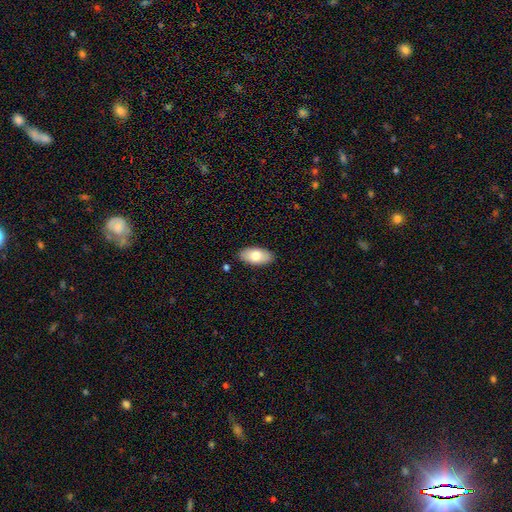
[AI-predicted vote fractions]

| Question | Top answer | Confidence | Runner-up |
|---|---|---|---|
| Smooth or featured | smooth | 76% | featured or disk (18%) |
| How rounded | in between | 94% | cigar-shaped (4%) |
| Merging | none | 87% | minor disturbance (10%) |